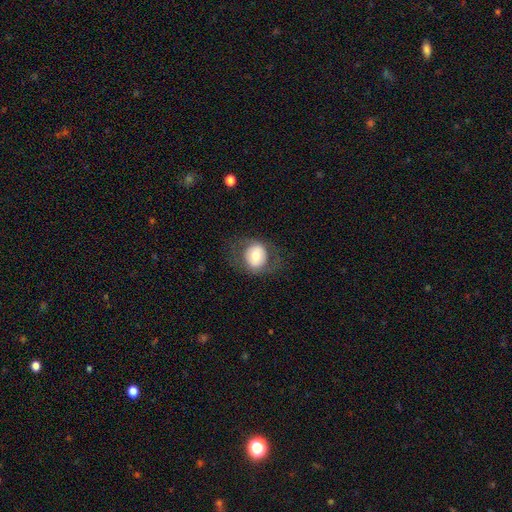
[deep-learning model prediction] Overall: smooth (61%; featured or disk 30%). How rounded: round (67%; in between 32%). Merging: none (73%).